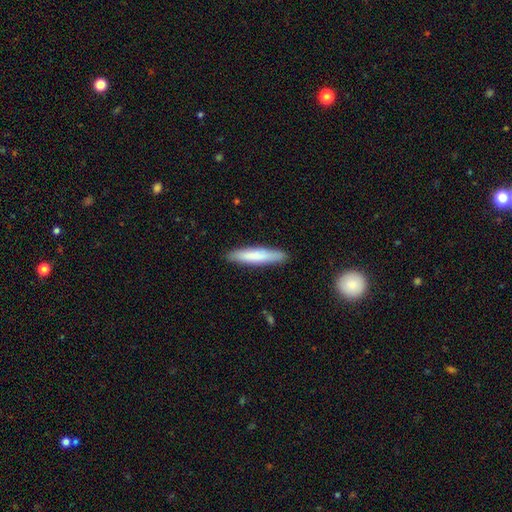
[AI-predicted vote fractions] smooth_or_featured: smooth (p=0.76) [alt: featured or disk p=0.18]
how_rounded: cigar-shaped (p=0.87) [alt: in between p=0.12]
merging: none (p=0.89) [alt: minor disturbance p=0.09]